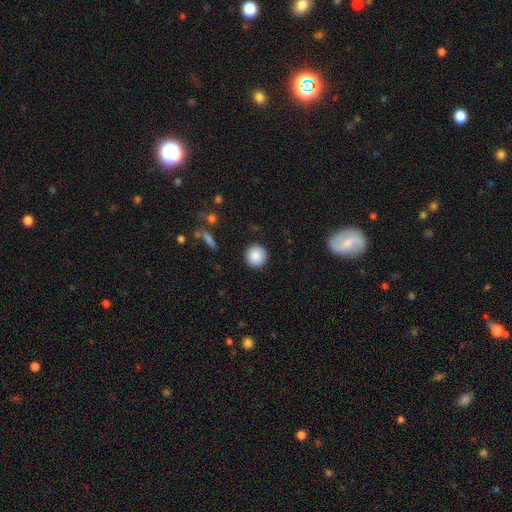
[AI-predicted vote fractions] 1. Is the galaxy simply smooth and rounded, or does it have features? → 88% smooth, 8% star or artifact, 4% featured or disk.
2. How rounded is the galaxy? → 94% round, 5% in between, 1% cigar-shaped.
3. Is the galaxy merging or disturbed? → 91% none, 5% minor disturbance, 2% major disturbance, 1% merger.